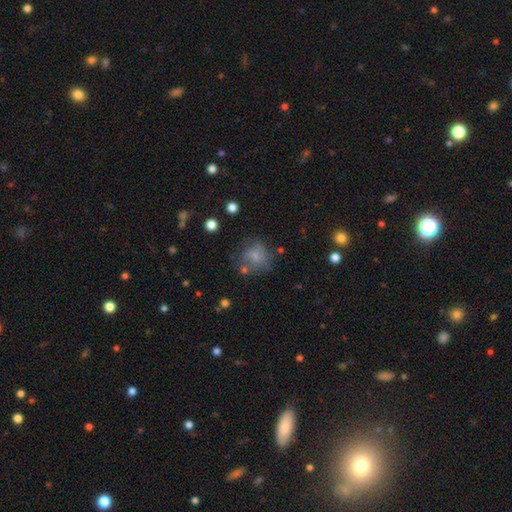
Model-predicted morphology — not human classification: Overall: smooth (61%; featured or disk 26%). How rounded: round (75%). Merging: none (51%; minor disturbance 23%).